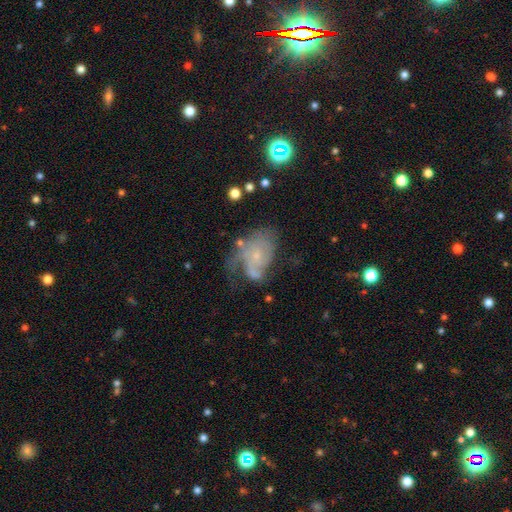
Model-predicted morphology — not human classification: smooth-or-featured: featured or disk: 69% | smooth: 21% | star or artifact: 9%
  disk-edge-on: no: 97% | yes: 3%
    bar: no: 75% | weak: 22% | strong: 3%
    has-spiral-arms: yes: 81% | no: 19%
      spiral-winding: medium: 38% | tight: 34% | loose: 28%
      spiral-arm-count: can't tell: 35% | 2: 26% | 1: 19% | 3: 12% | 4: 4% | more than 4: 4%
    bulge-size: small: 75% | moderate: 15% | none: 8% | large: 1% | dominant: 1%
  merging: major disturbance: 36% | none: 30% | minor disturbance: 25% | merger: 9%